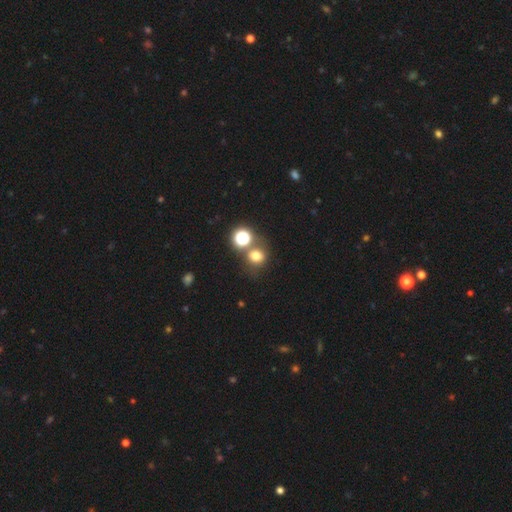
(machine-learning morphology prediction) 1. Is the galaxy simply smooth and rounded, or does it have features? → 73% smooth, 19% star or artifact, 8% featured or disk.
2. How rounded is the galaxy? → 79% round, 20% in between, 1% cigar-shaped.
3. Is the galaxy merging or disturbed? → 63% none, 21% merger, 11% minor disturbance, 5% major disturbance.